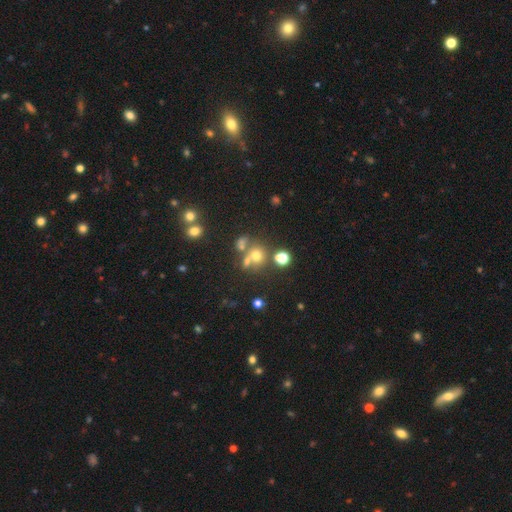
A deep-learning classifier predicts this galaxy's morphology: A smooth galaxy with no disk features (61%) that is round (81%). Merging: none (51%).